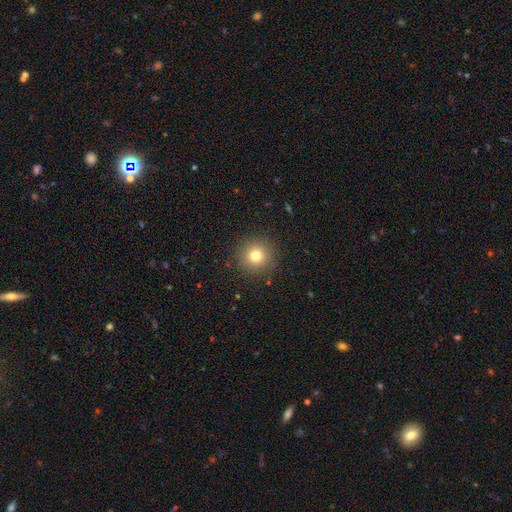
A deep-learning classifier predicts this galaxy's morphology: This appears to be a smooth galaxy with no disk features (78%) that is round (95%). Merging: none (90%).